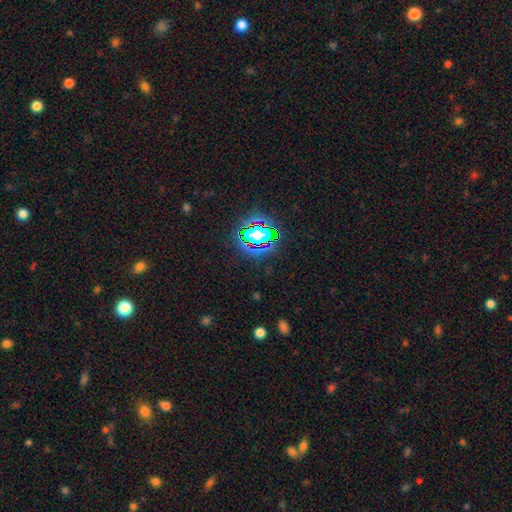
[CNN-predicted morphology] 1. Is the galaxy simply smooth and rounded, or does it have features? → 75% star or artifact, 16% smooth, 9% featured or disk.